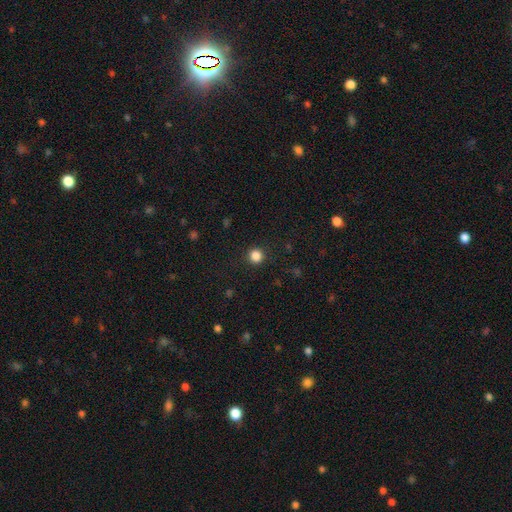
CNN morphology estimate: A smooth galaxy with no disk features (85%) that is round (92%).

Vote fractions:
- Smooth or featured? smooth: 85% / star or artifact: 12% / featured or disk: 3%
- How rounded? round: 92% / in between: 7% / cigar-shaped: 1%
- Merging? none: 91% / minor disturbance: 6% / major disturbance: 2% / merger: 1%